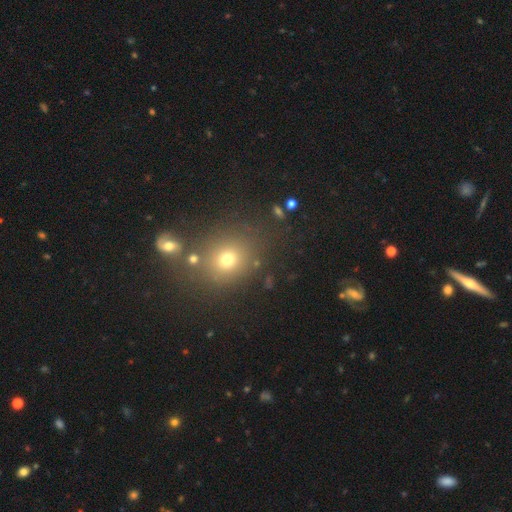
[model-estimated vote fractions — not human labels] Q: Smooth or featured?
A: smooth (54%); runner-up: star or artifact (36%)
Q: How rounded?
A: round (74%); runner-up: in between (24%)
Q: Merging?
A: none (77%); runner-up: merger (11%)